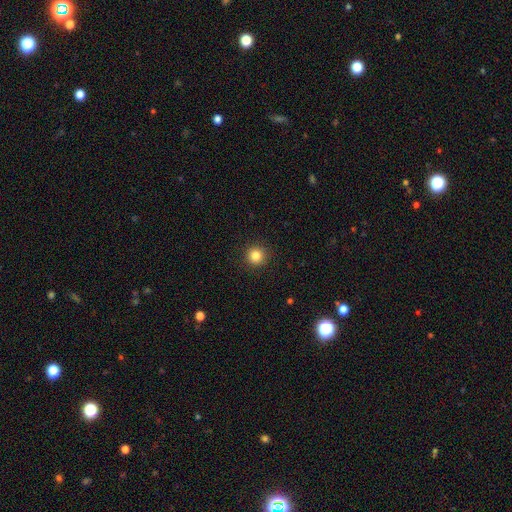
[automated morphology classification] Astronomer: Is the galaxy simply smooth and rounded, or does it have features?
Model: smooth — 83%.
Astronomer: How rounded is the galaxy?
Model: round — 95%.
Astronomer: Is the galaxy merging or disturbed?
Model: none — 92%.